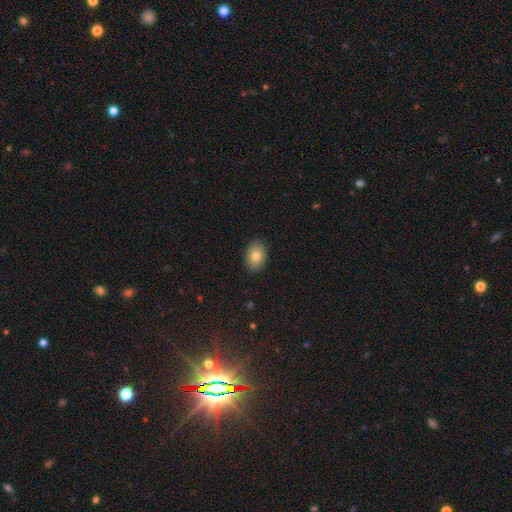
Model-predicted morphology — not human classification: A smooth galaxy with no disk features (79%) that is in between round and cigar-shaped (76%). Merging: none (89%).